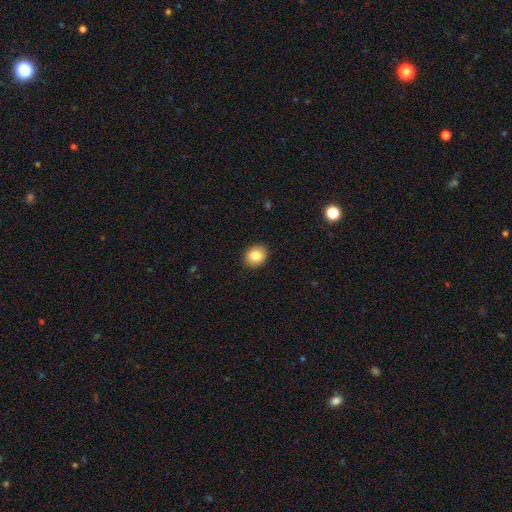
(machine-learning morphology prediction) type=smooth (83%); roundness=round (60%); merging=none (90%).